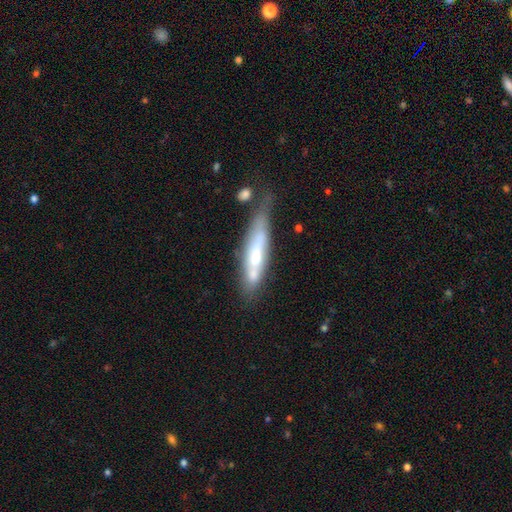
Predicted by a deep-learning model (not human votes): Overall: featured or disk (52%; smooth 42%). Edge-on disk: yes (68%; no 32%). Merging: none (44%; minor disturbance 29%).